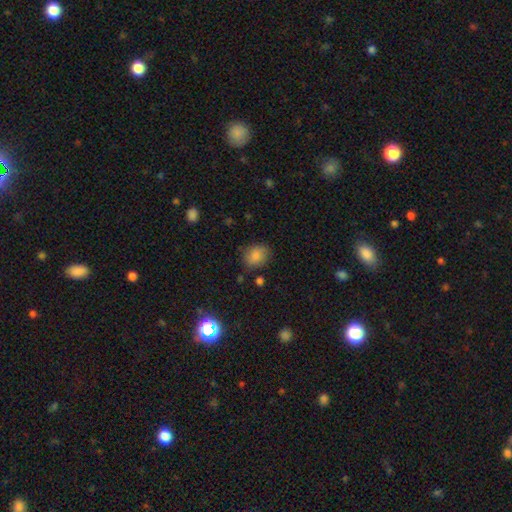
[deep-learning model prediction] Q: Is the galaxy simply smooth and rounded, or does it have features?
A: smooth — 84%.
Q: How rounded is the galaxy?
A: round — 51%.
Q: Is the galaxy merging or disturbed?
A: none — 76%.